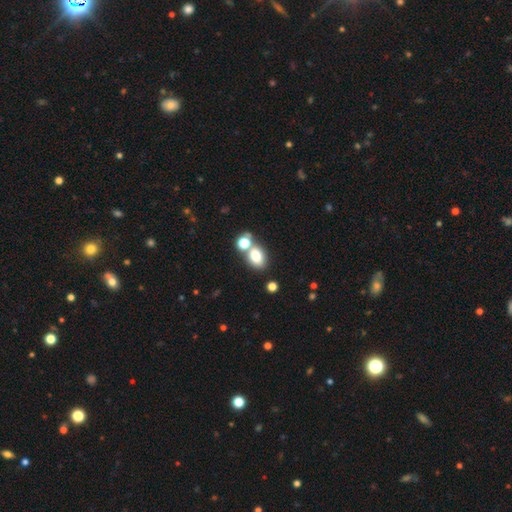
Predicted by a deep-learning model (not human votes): Morphology: type=smooth (77%); roundness=in between (69%); merging=none (53%).